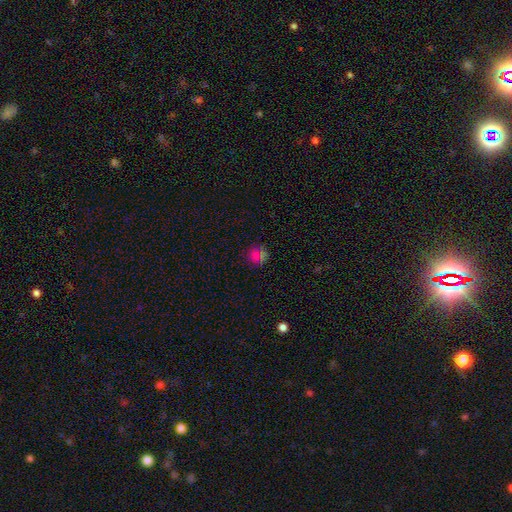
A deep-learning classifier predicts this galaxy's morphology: A smooth galaxy with no disk features (68%) that is round (91%).

Vote fractions:
- Smooth or featured? smooth: 68% / star or artifact: 24% / featured or disk: 8%
- How rounded? round: 91% / in between: 8% / cigar-shaped: 1%
- Merging? none: 84% / minor disturbance: 10% / merger: 3% / major disturbance: 3%